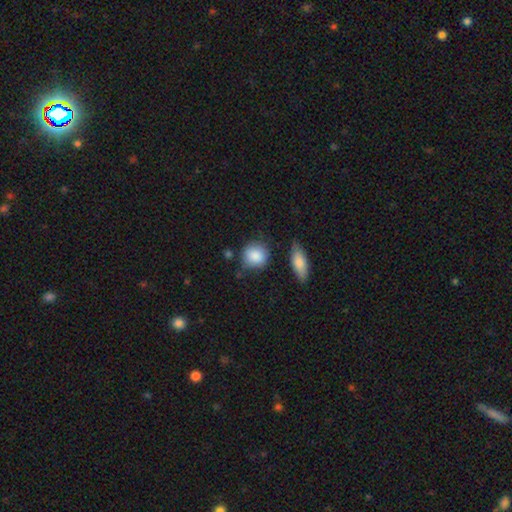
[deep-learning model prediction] smooth_or_featured: smooth (p=0.87) [alt: star or artifact p=0.07]
how_rounded: round (p=0.78) [alt: in between p=0.20]
merging: none (p=0.72) [alt: minor disturbance p=0.18]